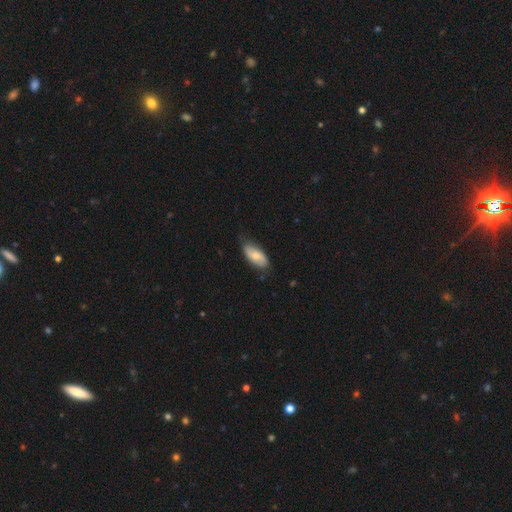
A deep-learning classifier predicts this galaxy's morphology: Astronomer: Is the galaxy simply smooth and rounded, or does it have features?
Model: smooth — 70%.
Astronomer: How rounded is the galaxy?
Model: in between — 89%.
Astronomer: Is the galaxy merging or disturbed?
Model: none — 68%.